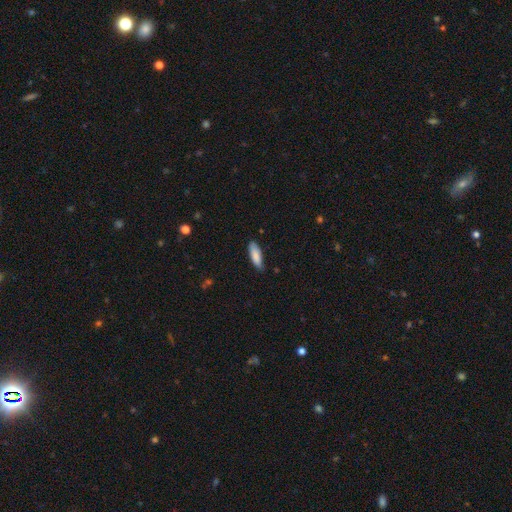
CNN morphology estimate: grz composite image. It shows a smooth galaxy with no disk features (87%) that is in between round and cigar-shaped (54%). Merging: none (77%).